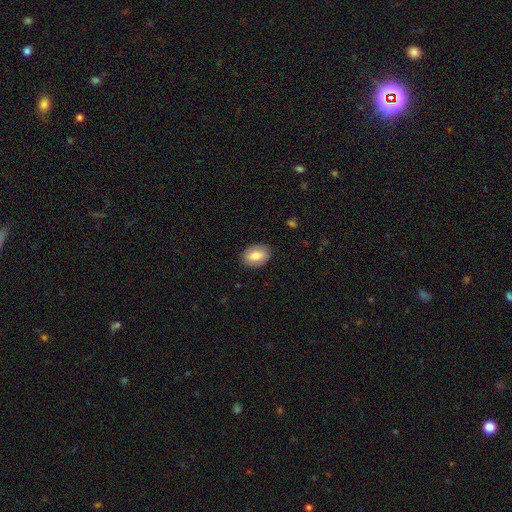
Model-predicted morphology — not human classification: smooth_or_featured: smooth (p=0.83) [alt: featured or disk p=0.10]
how_rounded: in between (p=0.81) [alt: round p=0.18]
merging: none (p=0.87) [alt: minor disturbance p=0.09]